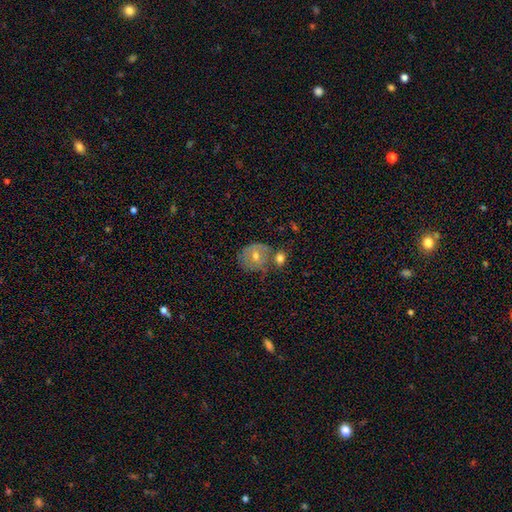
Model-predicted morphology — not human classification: A featured or disk galaxy (48%).

Vote fractions:
- Smooth or featured? featured or disk: 48% / smooth: 41% / star or artifact: 11%
- Merging? none: 56% / minor disturbance: 19% / merger: 18% / major disturbance: 8%